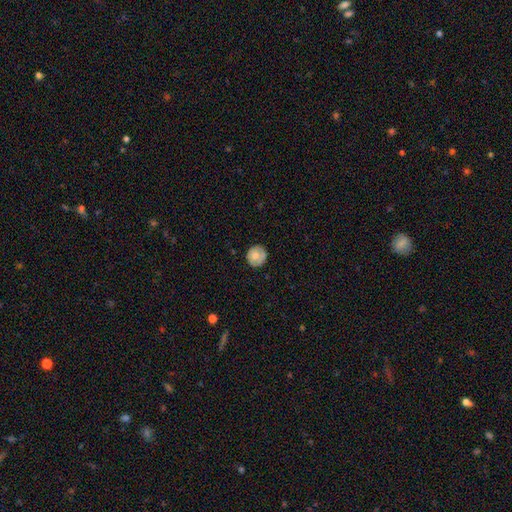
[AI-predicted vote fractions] smooth_or_featured: smooth (p=0.66) [alt: featured or disk p=0.28]
how_rounded: round (p=0.90) [alt: in between p=0.09]
merging: none (p=0.78) [alt: minor disturbance p=0.17]